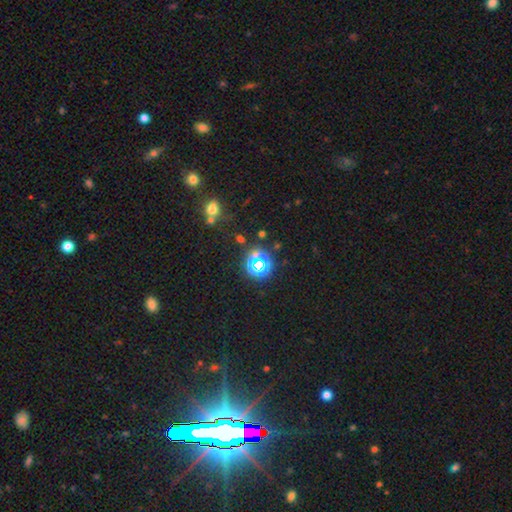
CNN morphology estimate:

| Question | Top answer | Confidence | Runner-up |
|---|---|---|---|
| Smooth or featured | star or artifact | 61% | smooth (29%) |